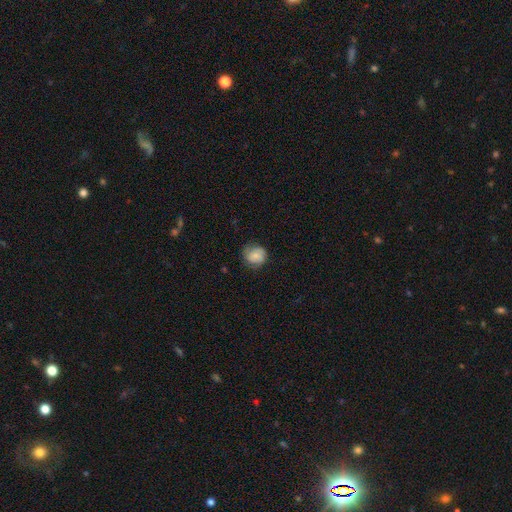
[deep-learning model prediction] The model was most divided on "merging": none: 70%, minor disturbance: 23%, major disturbance: 6%, merger: 1%. More confident: how rounded — round (82%); smooth or featured — smooth (74%).